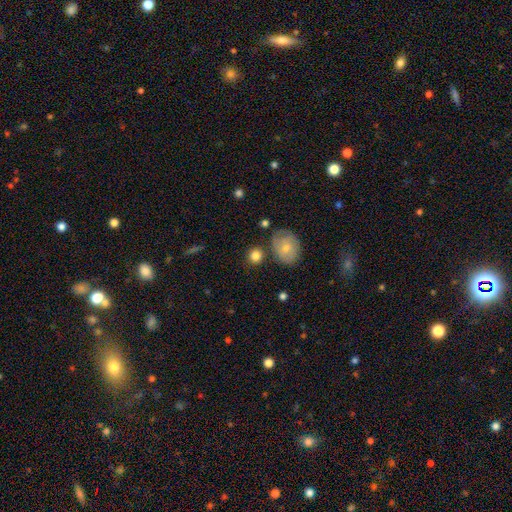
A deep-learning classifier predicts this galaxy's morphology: Q: Smooth or featured?
A: smooth (83%); runner-up: featured or disk (9%)
Q: How rounded?
A: round (84%); runner-up: in between (14%)
Q: Merging?
A: none (77%); runner-up: minor disturbance (11%)